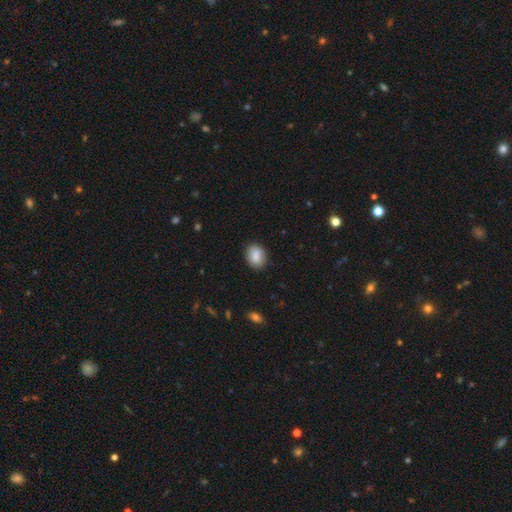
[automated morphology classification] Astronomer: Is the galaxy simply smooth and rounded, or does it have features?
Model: smooth — 85%.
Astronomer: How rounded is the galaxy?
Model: in between — 57% (runner-up: round, 42%).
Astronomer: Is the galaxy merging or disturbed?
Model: none — 84%.